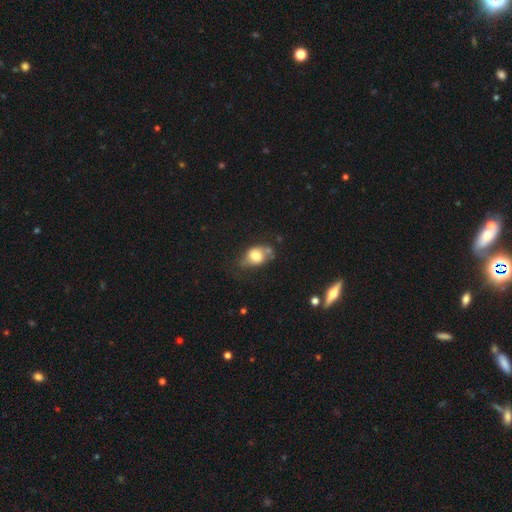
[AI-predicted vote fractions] The model was most divided on "merging": none: 42%, minor disturbance: 30%, major disturbance: 14%, merger: 14%. More confident: smooth or featured — smooth (73%); how rounded — in between (57%).